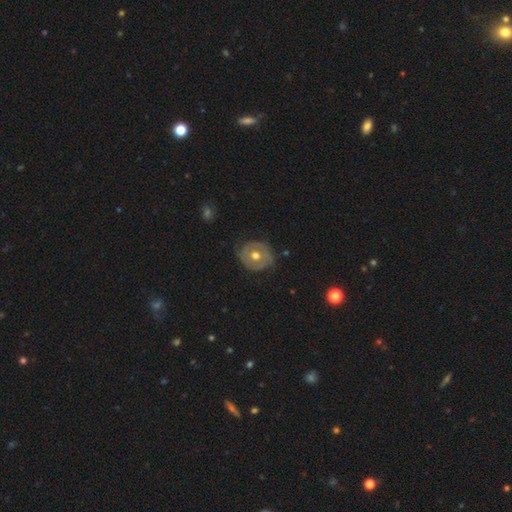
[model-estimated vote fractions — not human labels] This appears to be a featured or disk galaxy (48%). Merging: none (72%).